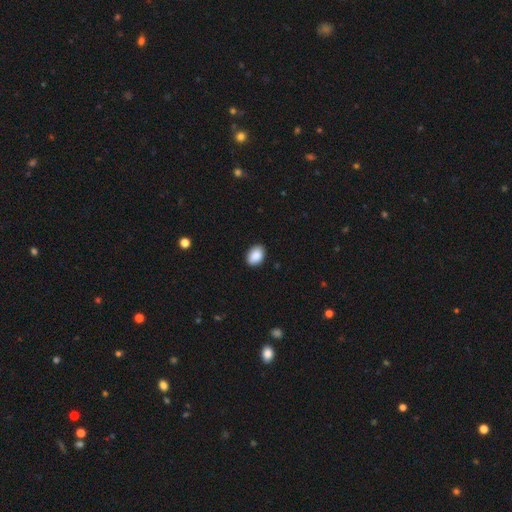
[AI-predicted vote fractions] This is clearly a smooth galaxy (90%). How rounded: clearly in between (85%). Merging: clearly none (87%).